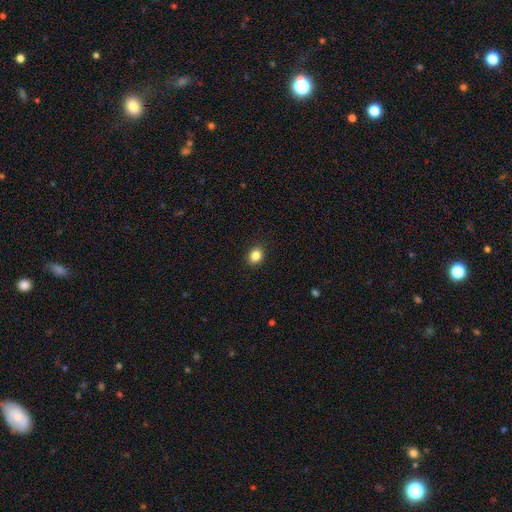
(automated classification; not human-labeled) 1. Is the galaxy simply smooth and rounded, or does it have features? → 84% smooth, 10% star or artifact, 5% featured or disk.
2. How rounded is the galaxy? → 50% round, 49% in between, 1% cigar-shaped.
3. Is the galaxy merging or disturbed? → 90% none, 7% minor disturbance, 2% major disturbance, 1% merger.